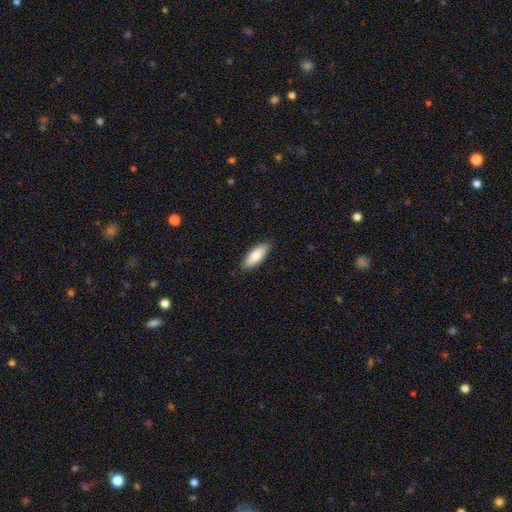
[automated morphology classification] The model was most divided on "how rounded": in between: 71%, cigar-shaped: 28%, round: 2%. More confident: merging — none (87%); smooth or featured — smooth (82%).